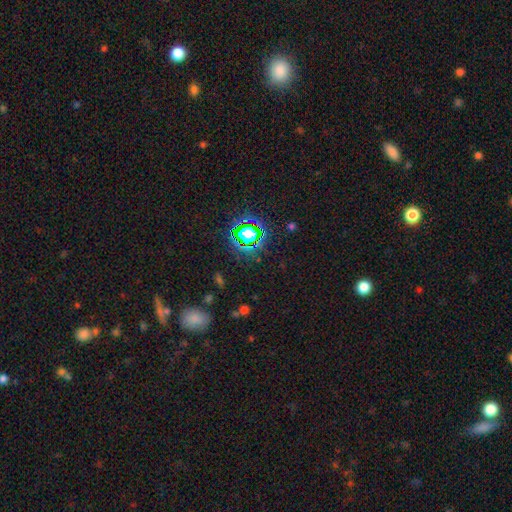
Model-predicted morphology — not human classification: Smooth or featured: star or artifact — 75% (smooth — 17%)